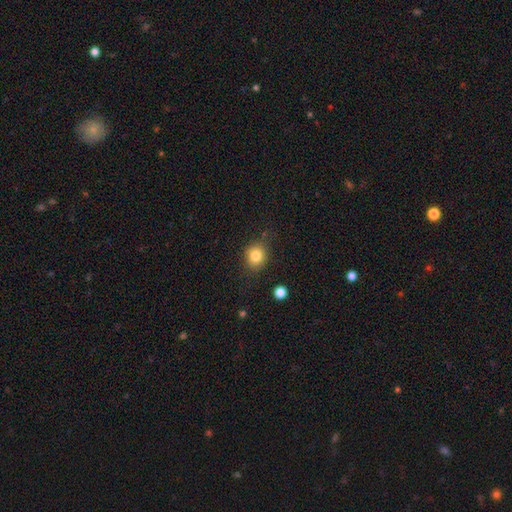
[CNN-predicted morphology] smooth-or-featured: smooth: 82% | star or artifact: 11% | featured or disk: 7%
  how-rounded: round: 68% | in between: 31% | cigar-shaped: 1%
  merging: none: 81% | minor disturbance: 13% | major disturbance: 3% | merger: 2%